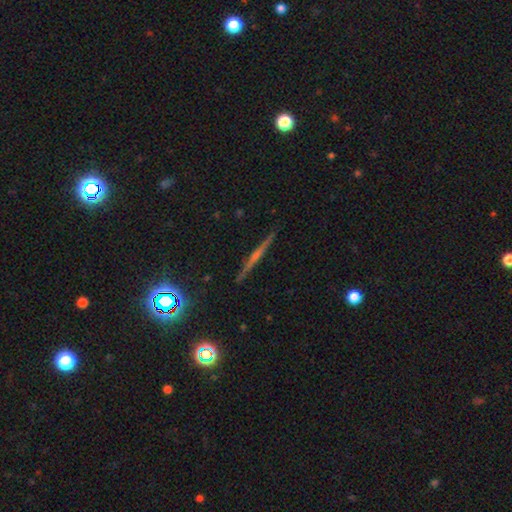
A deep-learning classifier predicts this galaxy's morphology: type=featured or disk (64%); edge-on=yes (97%); edge-on bulge=rounded (48%); merging=none (91%).